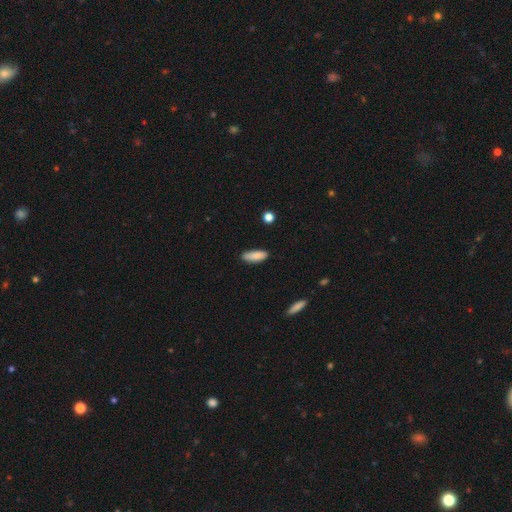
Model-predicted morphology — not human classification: The model was most divided on "how rounded": in between: 63%, cigar-shaped: 35%, round: 2%. More confident: smooth or featured — smooth (85%); merging — none (83%).